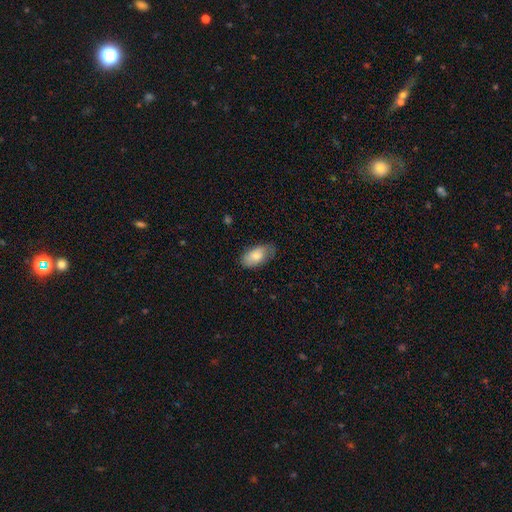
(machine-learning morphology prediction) smooth_or_featured: smooth (p=0.76) [alt: featured or disk p=0.18]
how_rounded: in between (p=0.93) [alt: cigar-shaped p=0.03]
merging: none (p=0.71) [alt: minor disturbance p=0.23]